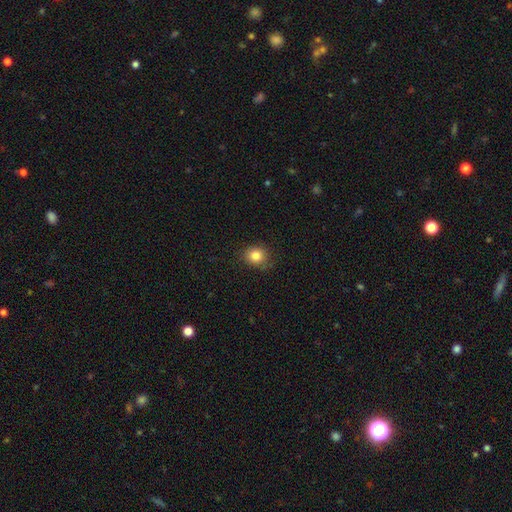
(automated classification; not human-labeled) Smooth or featured?
  - smooth: 84% *
  - star or artifact: 10%
  - featured or disk: 6%
How rounded?
  - round: 72% *
  - in between: 28%
  - cigar-shaped: 1%
Merging?
  - none: 81% *
  - minor disturbance: 14%
  - major disturbance: 3%
  - merger: 1%